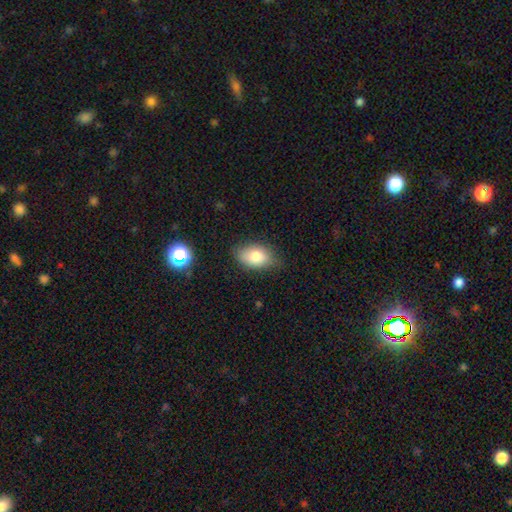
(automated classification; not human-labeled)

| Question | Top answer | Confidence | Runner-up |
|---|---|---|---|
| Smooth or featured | smooth | 80% | featured or disk (11%) |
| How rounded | in between | 88% | round (10%) |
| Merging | none | 71% | minor disturbance (23%) |